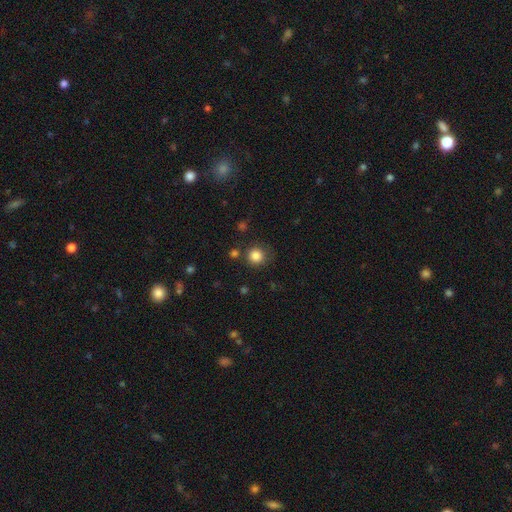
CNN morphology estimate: smooth-or-featured: smooth: 84% | star or artifact: 11% | featured or disk: 5%
  how-rounded: round: 93% | in between: 6% | cigar-shaped: 1%
  merging: none: 78% | minor disturbance: 12% | merger: 5% | major disturbance: 4%